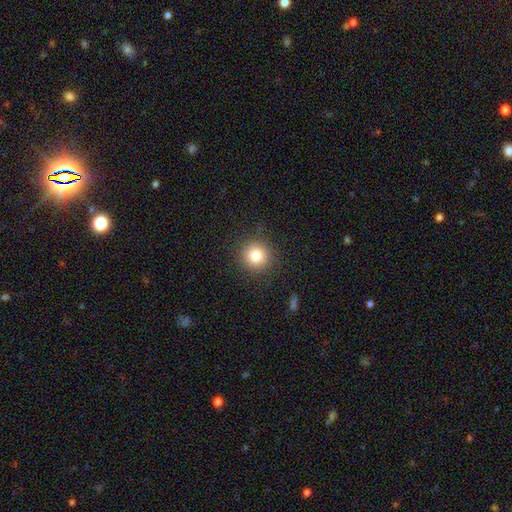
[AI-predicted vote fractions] This appears to be a smooth galaxy with no disk features (80%) that is round (93%). Merging: none (89%).